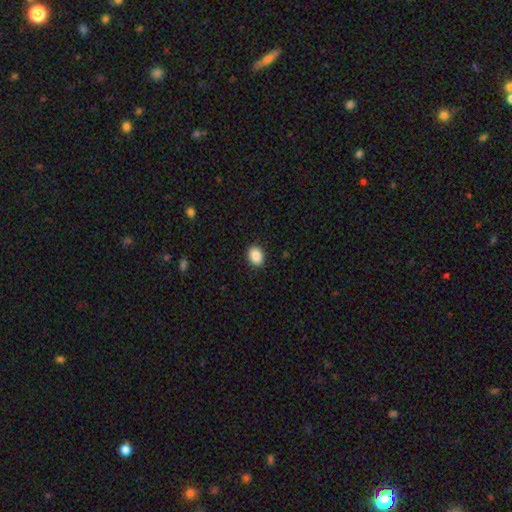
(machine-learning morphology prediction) Smooth or featured: smooth — 88% (star or artifact — 8%)
How rounded: in between — 61% (round — 38%)
Merging: none — 91% (minor disturbance — 7%)